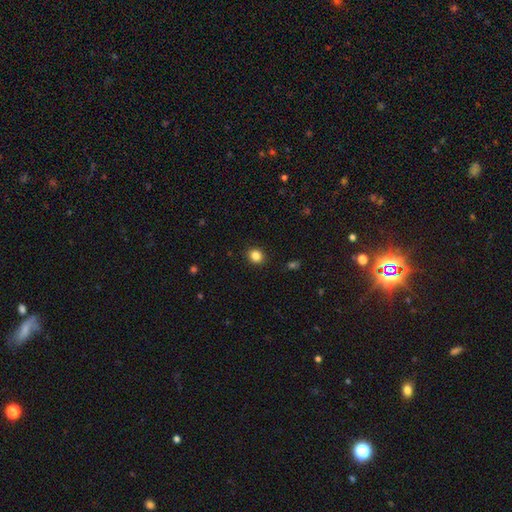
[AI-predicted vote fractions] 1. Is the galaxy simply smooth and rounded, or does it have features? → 85% smooth, 11% star or artifact, 4% featured or disk.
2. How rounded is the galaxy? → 77% round, 22% in between, 1% cigar-shaped.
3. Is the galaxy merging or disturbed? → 91% none, 6% minor disturbance, 2% major disturbance, 1% merger.